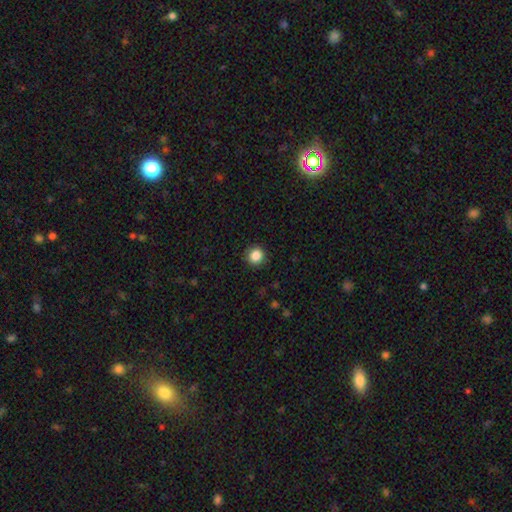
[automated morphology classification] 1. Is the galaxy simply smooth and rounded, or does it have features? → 87% smooth, 10% star or artifact, 3% featured or disk.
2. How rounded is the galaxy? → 93% round, 6% in between, 1% cigar-shaped.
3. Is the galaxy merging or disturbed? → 91% none, 6% minor disturbance, 2% major disturbance, 1% merger.